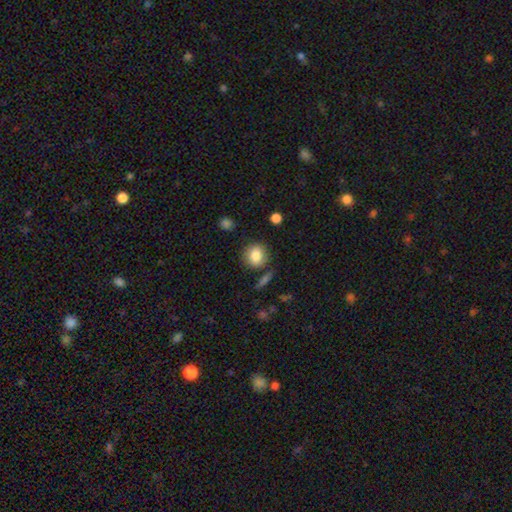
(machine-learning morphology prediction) The model was most divided on "how rounded": round: 81%, in between: 18%, cigar-shaped: 1%. More confident: smooth or featured — smooth (83%); merging — none (81%).